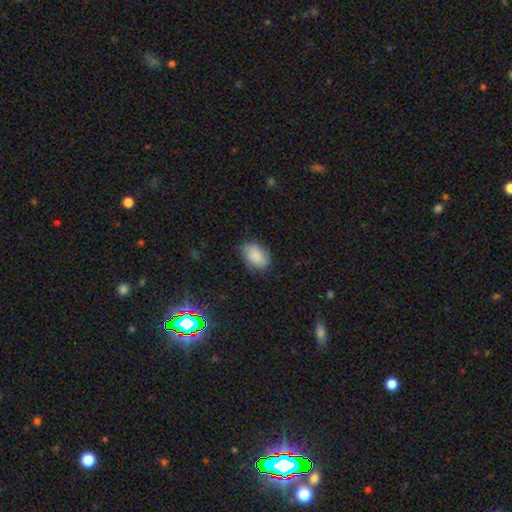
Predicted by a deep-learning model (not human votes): A smooth galaxy with no disk features (87%) that is in between round and cigar-shaped (86%). Merging: none (77%).